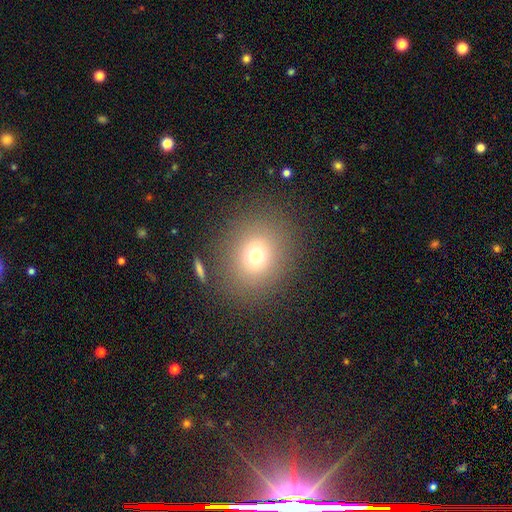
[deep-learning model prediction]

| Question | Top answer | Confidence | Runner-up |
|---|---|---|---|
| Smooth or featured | smooth | 71% | star or artifact (17%) |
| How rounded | round | 70% | in between (29%) |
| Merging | none | 83% | minor disturbance (8%) |